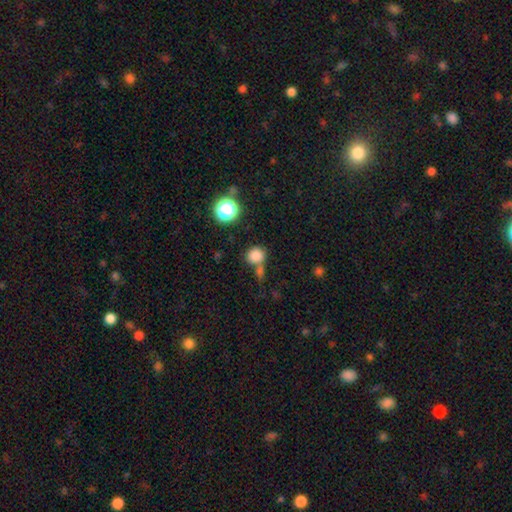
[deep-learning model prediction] Smooth or featured?
  - smooth: 82% *
  - star or artifact: 13%
  - featured or disk: 5%
How rounded?
  - round: 81% *
  - in between: 18%
  - cigar-shaped: 1%
Merging?
  - none: 57% *
  - merger: 28%
  - minor disturbance: 10%
  - major disturbance: 5%